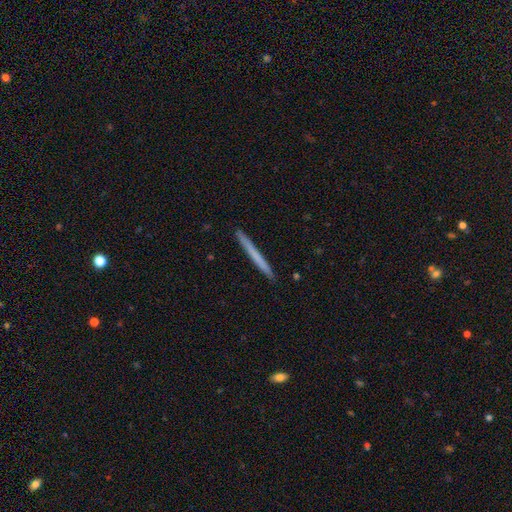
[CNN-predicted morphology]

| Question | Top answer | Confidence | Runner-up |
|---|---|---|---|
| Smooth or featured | smooth | 62% | featured or disk (33%) |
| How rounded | cigar-shaped | 98% | in between (1%) |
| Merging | none | 92% | minor disturbance (5%) |